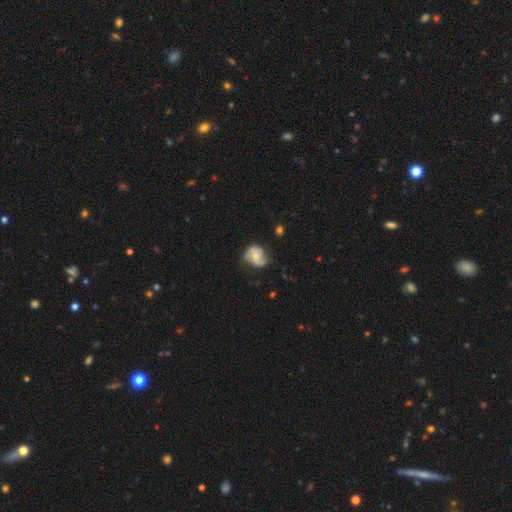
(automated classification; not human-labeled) The model was most divided on "bulge size": moderate: 50%, small: 43%, none: 4%, large: 2%, dominant: 1%. Remaining: edge-on disk — no (97%); spiral arms — yes (87%); spiral arm count — 2 (78%); smooth or featured — featured or disk (63%); bar — no (63%); merging — none (55%); spiral winding — medium (43%).